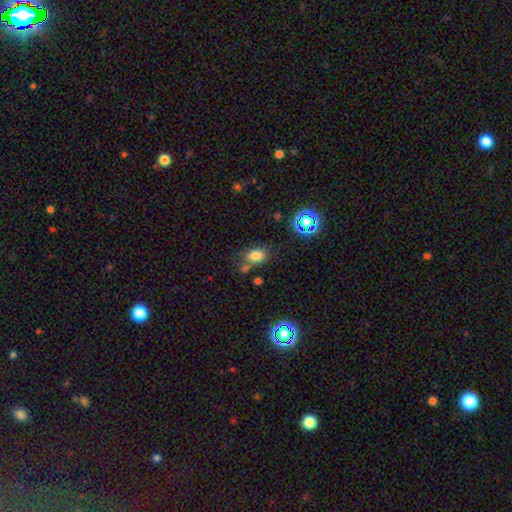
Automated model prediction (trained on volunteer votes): This appears to be a smooth galaxy with no disk features (76%) that is in between round and cigar-shaped (68%). Merging: none (63%).